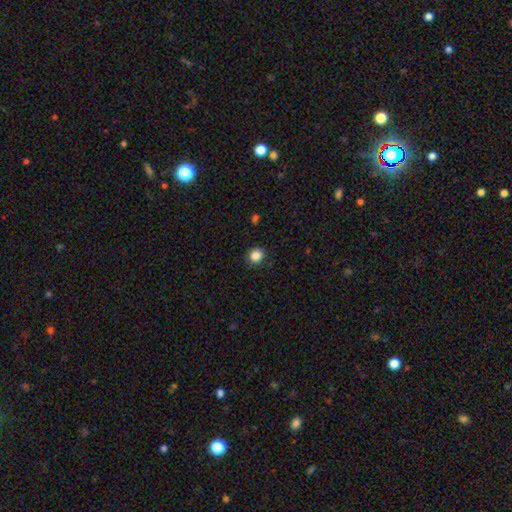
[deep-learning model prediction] This is clearly a smooth galaxy (86%). How rounded: clearly round (85%). Merging: clearly none (89%).